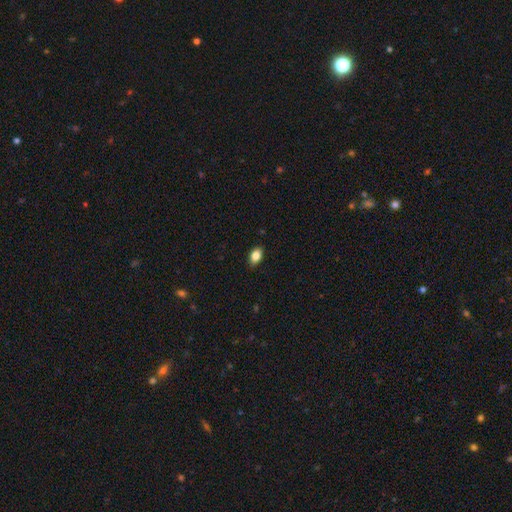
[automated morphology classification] Overall: smooth (84%). How rounded: in between (86%). Merging: none (88%).